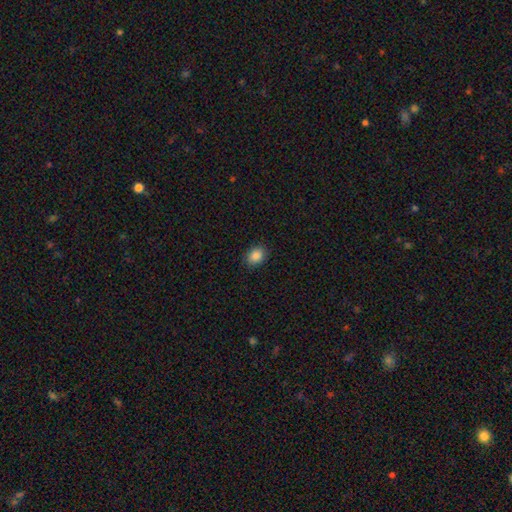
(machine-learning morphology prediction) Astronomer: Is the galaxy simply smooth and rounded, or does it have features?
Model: smooth — 87%.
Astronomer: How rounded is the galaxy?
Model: in between — 58% (runner-up: round, 41%).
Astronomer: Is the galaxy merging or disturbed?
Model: none — 89%.